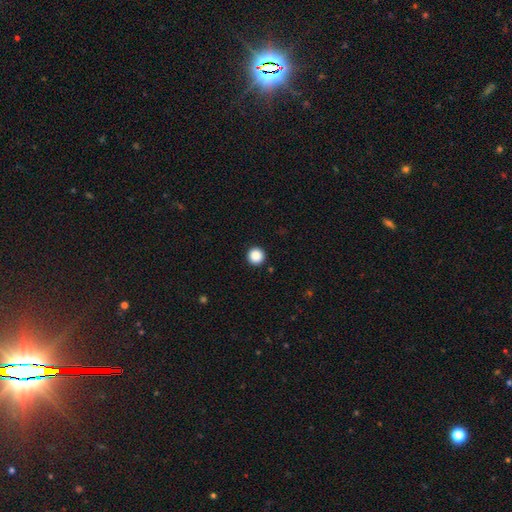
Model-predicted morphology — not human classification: smooth-or-featured: smooth: 88% | star or artifact: 10% | featured or disk: 2%
  how-rounded: round: 97% | in between: 2% | cigar-shaped: 1%
  merging: none: 93% | minor disturbance: 4% | major disturbance: 2% | merger: 1%